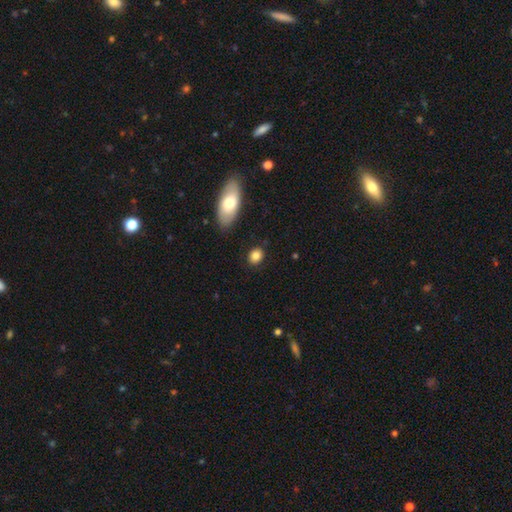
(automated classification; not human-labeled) Smooth or featured: smooth — 85% (star or artifact — 9%)
How rounded: round — 58% (in between — 40%)
Merging: none — 86% (minor disturbance — 10%)